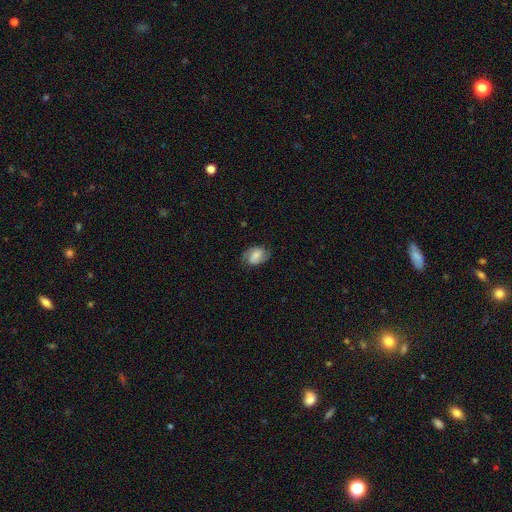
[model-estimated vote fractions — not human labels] Morphology: type=featured or disk (59%); edge-on=no (97%); bar=weak (46%); spiral arms=yes (90%); winding=medium (47%); arm count=2 (86%); bulge=small (39%); merging=none (75%).